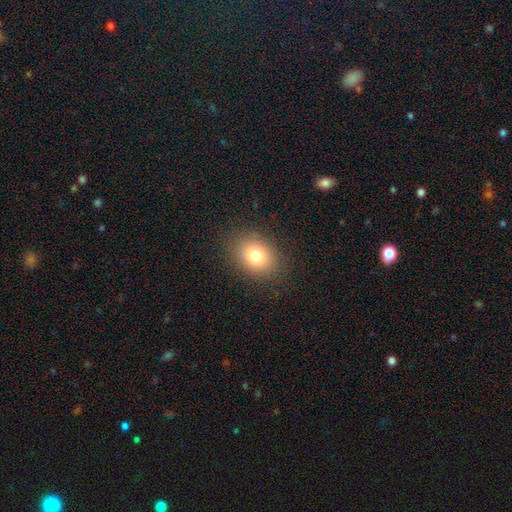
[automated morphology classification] Overall: smooth (80%). How rounded: in between (56%; round 43%). Merging: none (86%).